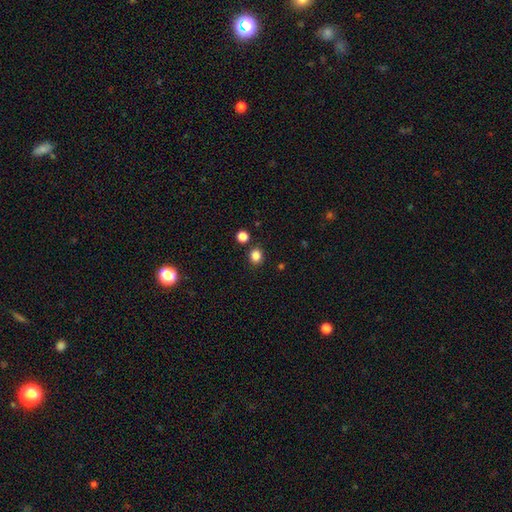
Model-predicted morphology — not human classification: Smooth or featured: smooth — 84% (star or artifact — 12%)
How rounded: round — 77% (in between — 22%)
Merging: none — 85% (minor disturbance — 7%)